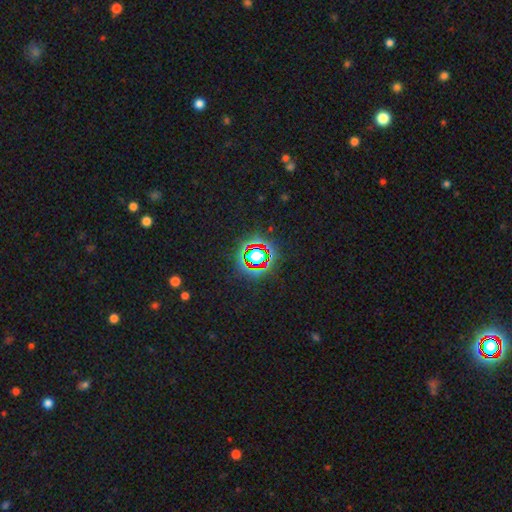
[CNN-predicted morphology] Smooth or featured: star or artifact — 69% (smooth — 20%)